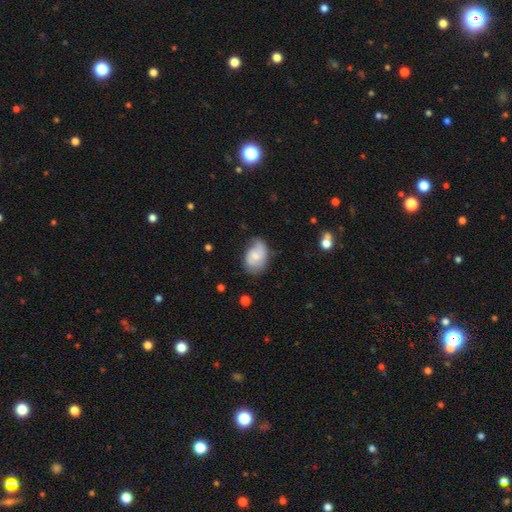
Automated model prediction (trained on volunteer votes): A smooth galaxy with no disk features (54%) that is in between round and cigar-shaped (79%). Merging: none (49%).